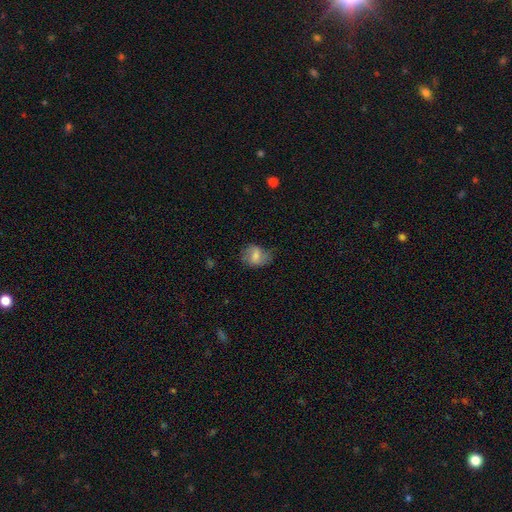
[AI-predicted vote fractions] Smooth or featured?
  - smooth: 59% *
  - featured or disk: 33%
  - star or artifact: 8%
How rounded?
  - in between: 61% *
  - round: 37%
  - cigar-shaped: 2%
Merging?
  - none: 57% *
  - minor disturbance: 29%
  - major disturbance: 13%
  - merger: 2%